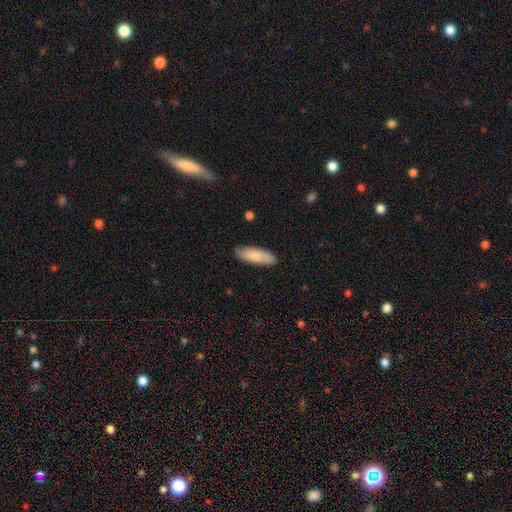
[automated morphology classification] type=smooth (82%); roundness=in between (59%); merging=none (85%).